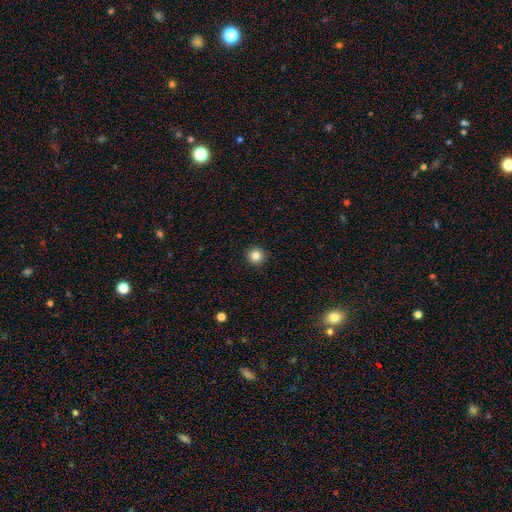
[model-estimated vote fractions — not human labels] Morphology: type=smooth (84%); roundness=round (95%); merging=none (93%).